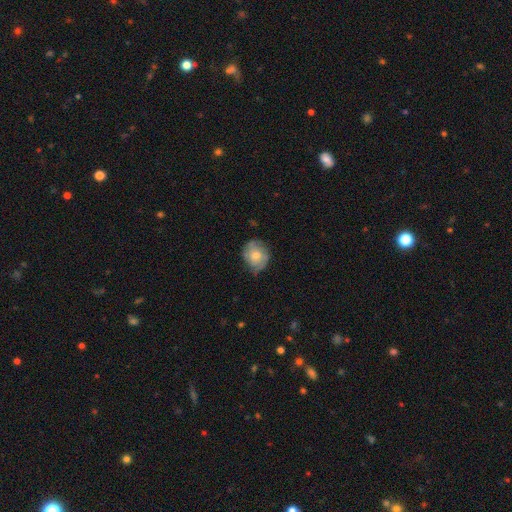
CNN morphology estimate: A smooth galaxy with no disk features (54%) that is round (65%). Merging: none (60%).